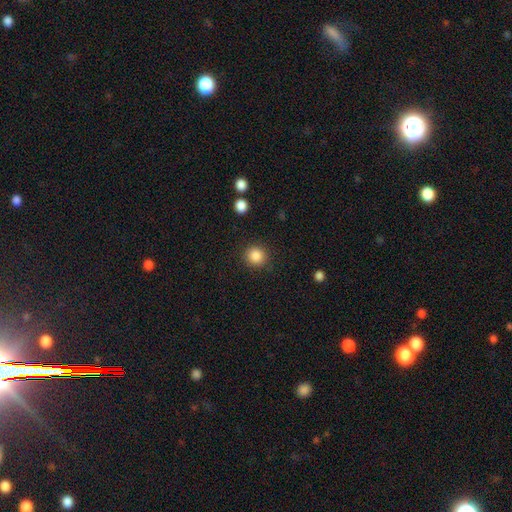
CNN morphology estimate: Smooth or featured: smooth — 86% (star or artifact — 10%)
How rounded: round — 91% (in between — 8%)
Merging: none — 89% (minor disturbance — 7%)